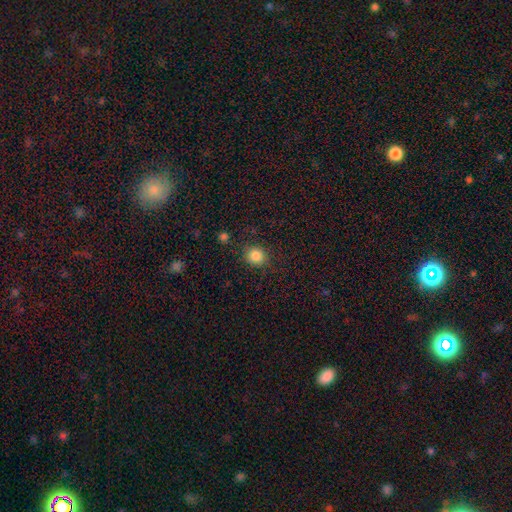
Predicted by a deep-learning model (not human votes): A smooth galaxy with no disk features (84%) that is round (85%). Merging: none (85%).